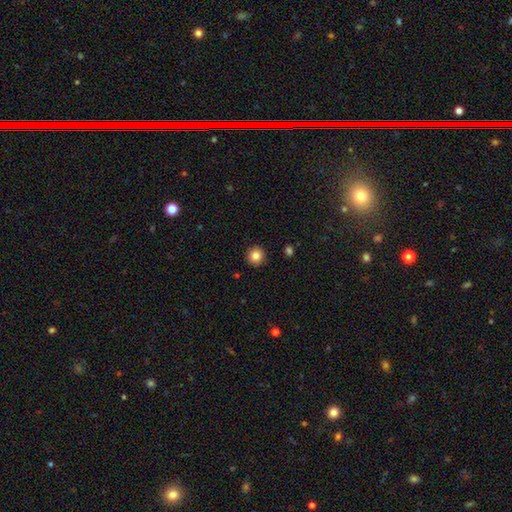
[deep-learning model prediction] A smooth galaxy with no disk features (84%) that is round (94%).

Vote fractions:
- Smooth or featured? smooth: 84% / star or artifact: 10% / featured or disk: 6%
- How rounded? round: 94% / in between: 5% / cigar-shaped: 1%
- Merging? none: 93% / minor disturbance: 5% / major disturbance: 2% / merger: 1%